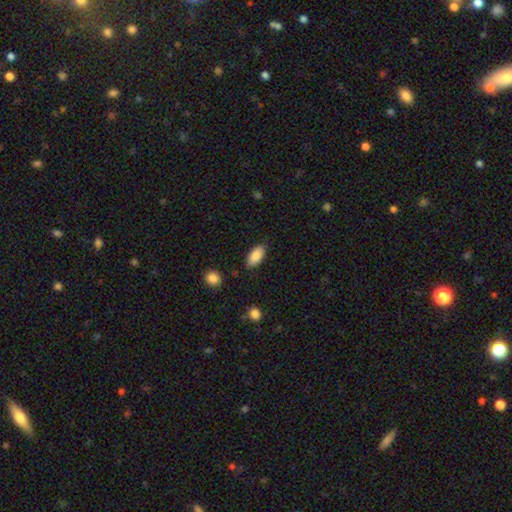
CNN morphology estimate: Smooth or featured? smooth (87%)
How rounded? in between (91%)
Merging? none (85%)